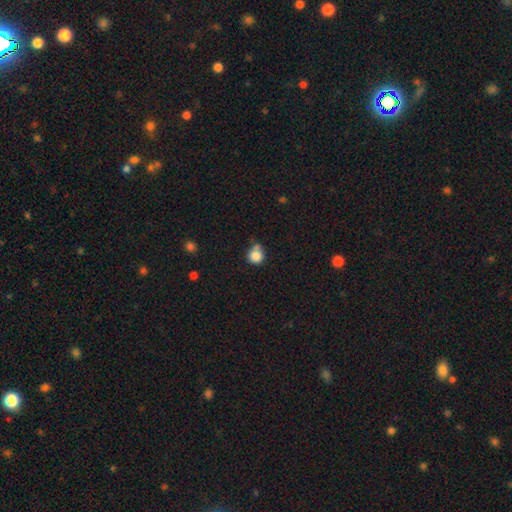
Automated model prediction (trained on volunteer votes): The model was most divided on "merging": none: 54%, merger: 23%, minor disturbance: 18%, major disturbance: 5%. More confident: how rounded — round (89%); smooth or featured — smooth (84%).